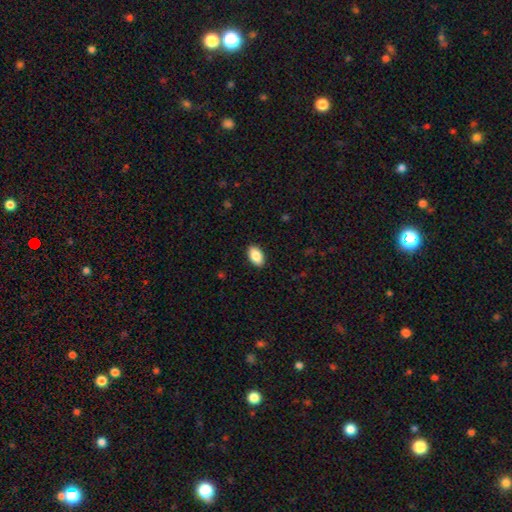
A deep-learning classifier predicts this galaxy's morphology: Smooth or featured? smooth (88%)
How rounded? in between (93%)
Merging? none (90%)